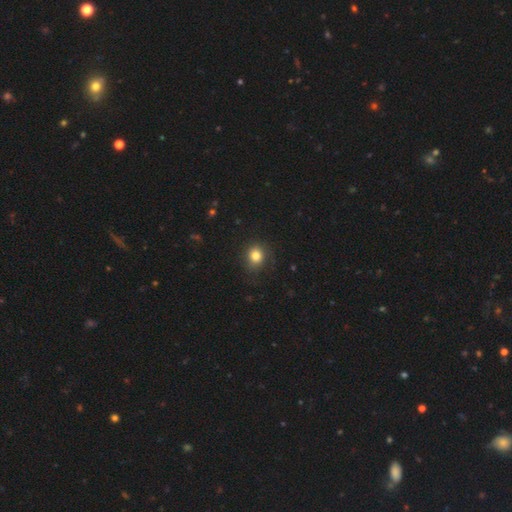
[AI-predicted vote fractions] A smooth galaxy with no disk features (82%) that is round (76%). Merging: none (81%).